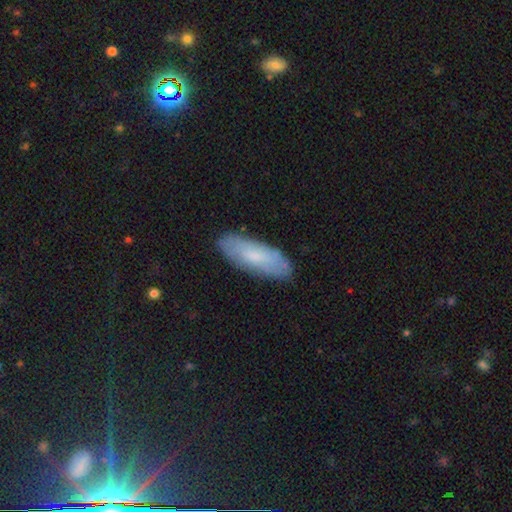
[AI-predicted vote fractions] smooth-or-featured: smooth: 67% | featured or disk: 26% | star or artifact: 6%
  how-rounded: in between: 63% | cigar-shaped: 35% | round: 2%
  merging: none: 84% | minor disturbance: 13% | major disturbance: 2% | merger: 1%